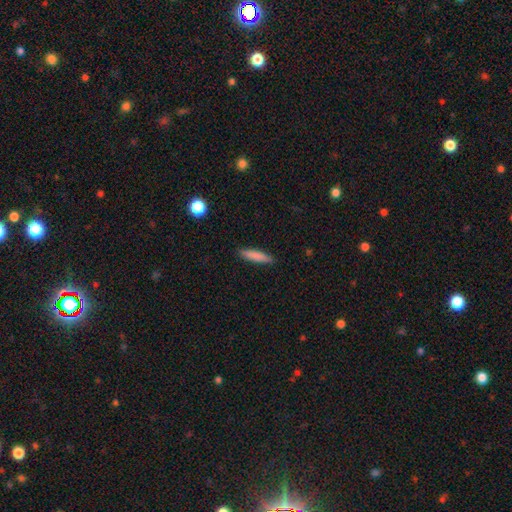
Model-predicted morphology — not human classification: Smooth or featured? smooth (83%)
How rounded? cigar-shaped (83%)
Merging? none (89%)